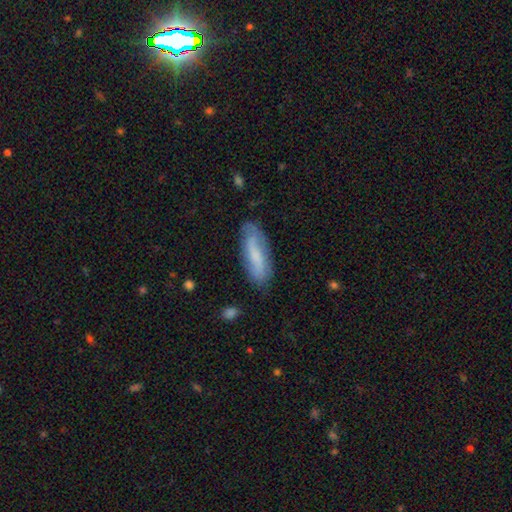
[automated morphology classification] This is possibly a smooth galaxy (59%). How rounded: possibly in between (55%). Merging: likely none (76%).